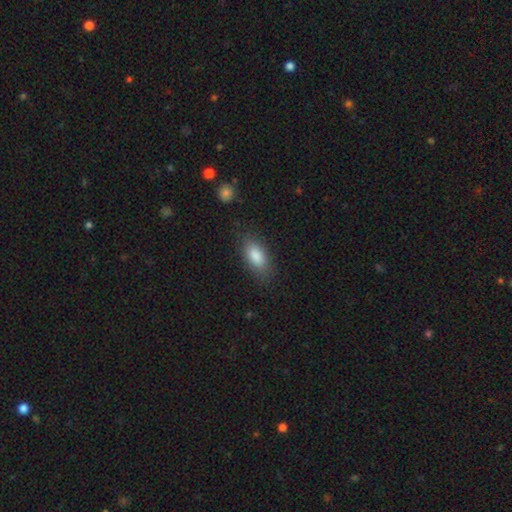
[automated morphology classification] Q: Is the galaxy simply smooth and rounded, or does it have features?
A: smooth — 85%.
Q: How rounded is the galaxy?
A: in between — 88%.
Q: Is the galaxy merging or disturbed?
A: none — 83%.